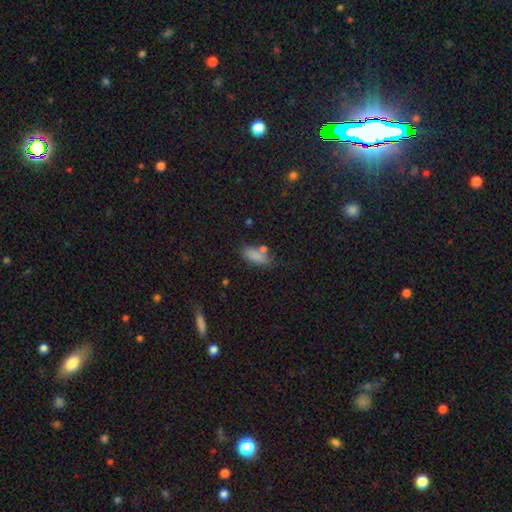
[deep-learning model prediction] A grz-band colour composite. It shows a smooth galaxy with no disk features (83%) that is in between round and cigar-shaped (82%). Merging: none (63%).